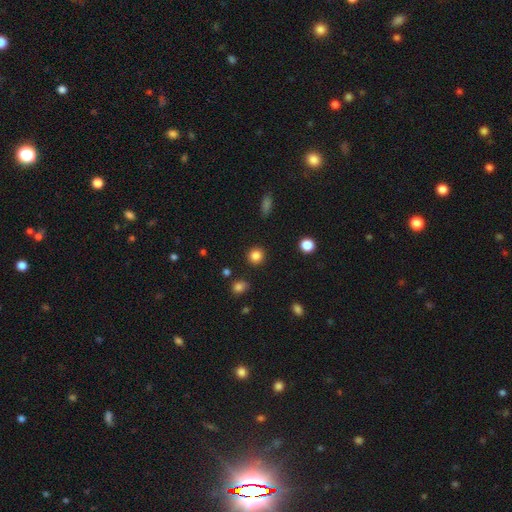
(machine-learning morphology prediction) type=smooth (85%); roundness=round (92%); merging=none (91%).